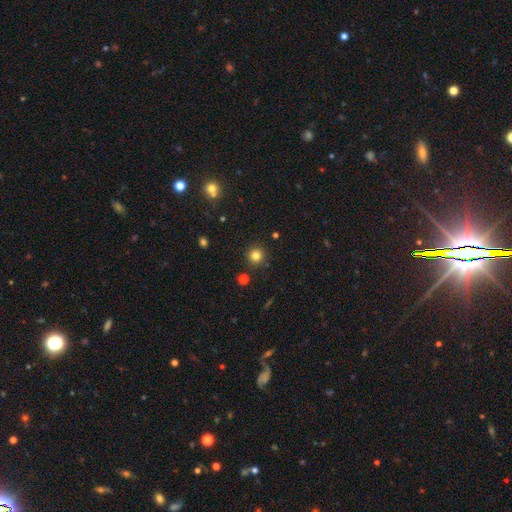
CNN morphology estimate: smooth_or_featured: smooth (p=0.81) [alt: star or artifact p=0.14]
how_rounded: round (p=0.94) [alt: in between p=0.05]
merging: none (p=0.90) [alt: minor disturbance p=0.06]